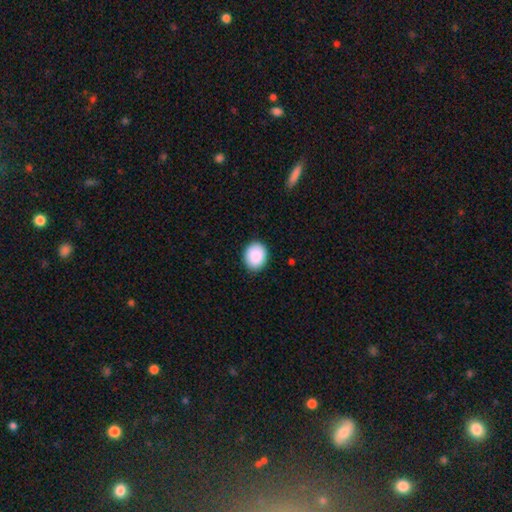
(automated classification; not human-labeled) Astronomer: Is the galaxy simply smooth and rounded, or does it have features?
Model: smooth — 90%.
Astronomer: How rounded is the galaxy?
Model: round — 51% (runner-up: in between, 48%).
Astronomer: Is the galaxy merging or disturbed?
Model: none — 88%.